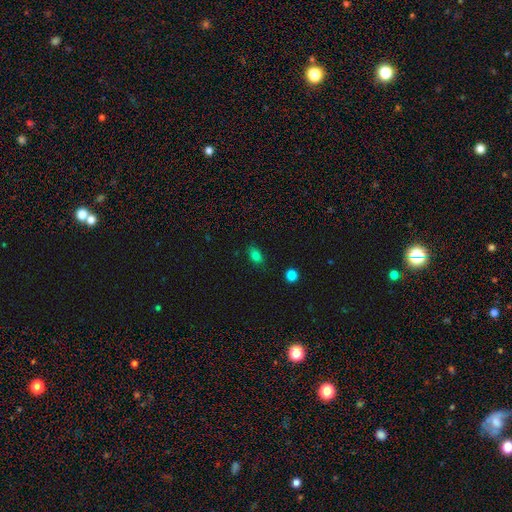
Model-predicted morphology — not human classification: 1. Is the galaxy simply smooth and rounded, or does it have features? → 80% smooth, 13% star or artifact, 7% featured or disk.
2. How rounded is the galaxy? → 82% in between, 13% round, 5% cigar-shaped.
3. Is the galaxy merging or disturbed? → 81% none, 14% minor disturbance, 3% major disturbance, 2% merger.